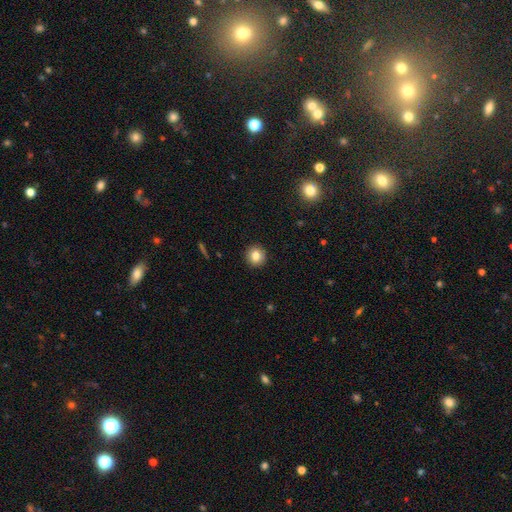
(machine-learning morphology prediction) The model was most divided on "smooth or featured": smooth: 82%, star or artifact: 10%, featured or disk: 8%. More confident: how rounded — round (93%); merging — none (92%).